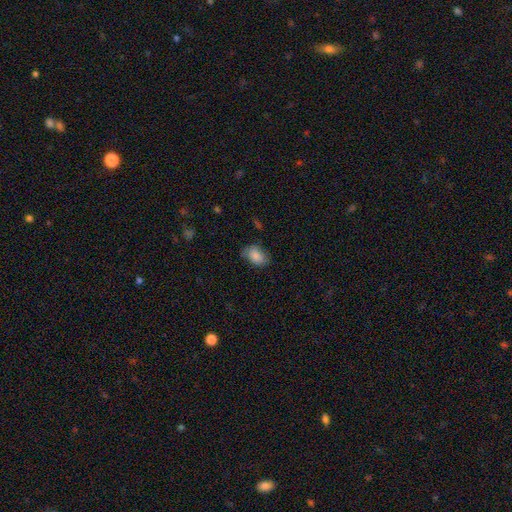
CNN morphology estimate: A smooth galaxy with no disk features (82%) that is in between round and cigar-shaped (84%).

Vote fractions:
- Smooth or featured? smooth: 82% / featured or disk: 10% / star or artifact: 8%
- How rounded? in between: 84% / round: 14% / cigar-shaped: 1%
- Merging? none: 66% / minor disturbance: 26% / major disturbance: 7% / merger: 2%